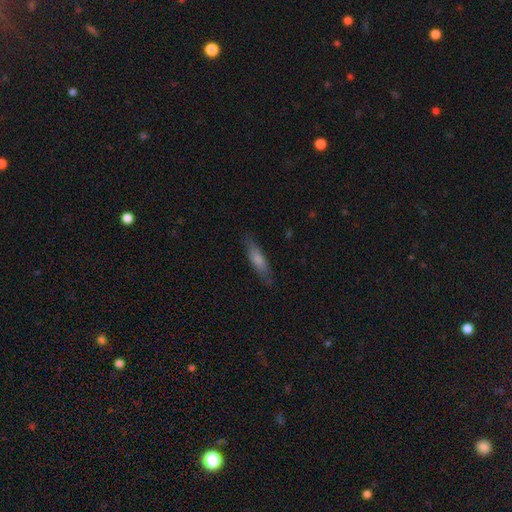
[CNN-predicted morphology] A smooth galaxy with no disk features (57%) that is cigar-shaped (77%).

Vote fractions:
- Smooth or featured? smooth: 57% / featured or disk: 33% / star or artifact: 10%
- How rounded? cigar-shaped: 77% / in between: 21% / round: 2%
- Merging? none: 84% / minor disturbance: 12% / major disturbance: 3% / merger: 1%